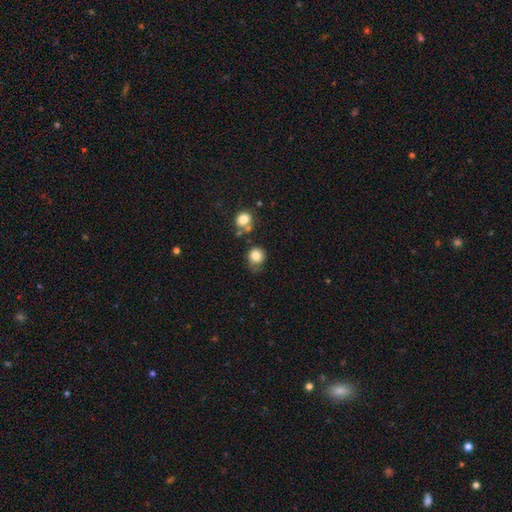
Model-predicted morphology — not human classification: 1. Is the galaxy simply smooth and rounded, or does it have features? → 82% smooth, 11% star or artifact, 8% featured or disk.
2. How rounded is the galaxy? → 83% round, 16% in between, 1% cigar-shaped.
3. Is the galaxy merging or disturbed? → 60% none, 25% minor disturbance, 8% merger, 7% major disturbance.